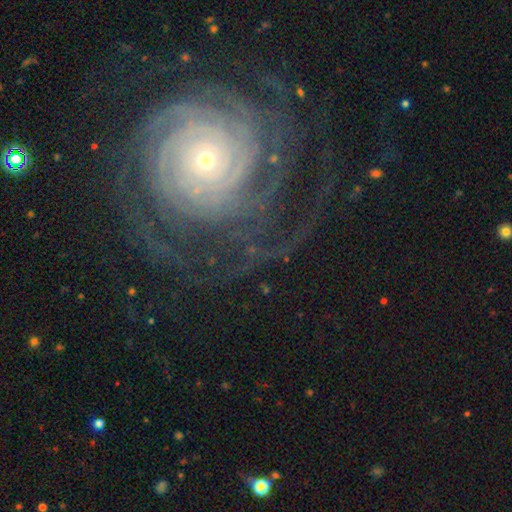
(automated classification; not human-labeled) The model was most divided on "spiral arm count": more than 4: 28%, can't tell: 24%, 4: 16%, 2: 12%, 3: 12%, 1: 9%. More confident: spiral arms — yes (98%); edge-on disk — no (97%); smooth or featured — featured or disk (87%); spiral winding — tight (83%); bar — no (80%); bulge size — small (78%); merging — none (75%).